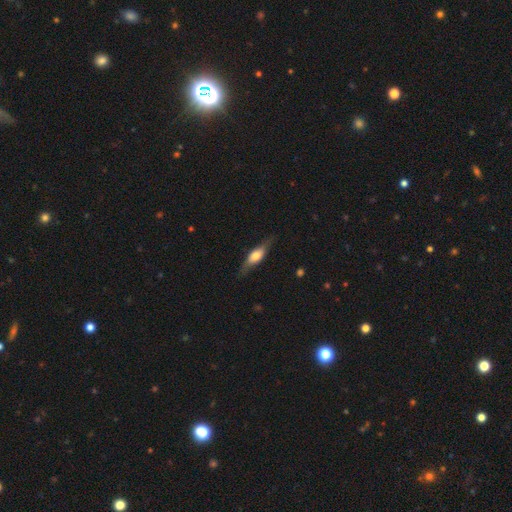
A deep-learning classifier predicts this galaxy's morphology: Smooth or featured? Predicted: smooth (p=0.47, tied with featured or disk). Merging? Predicted: none (p=0.78).